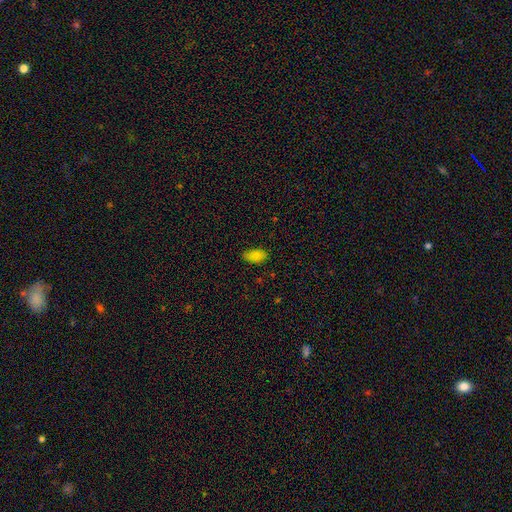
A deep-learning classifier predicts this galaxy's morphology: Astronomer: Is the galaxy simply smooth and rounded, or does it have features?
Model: smooth — 85%.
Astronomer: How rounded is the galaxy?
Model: in between — 93%.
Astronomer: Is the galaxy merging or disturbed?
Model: none — 83%.